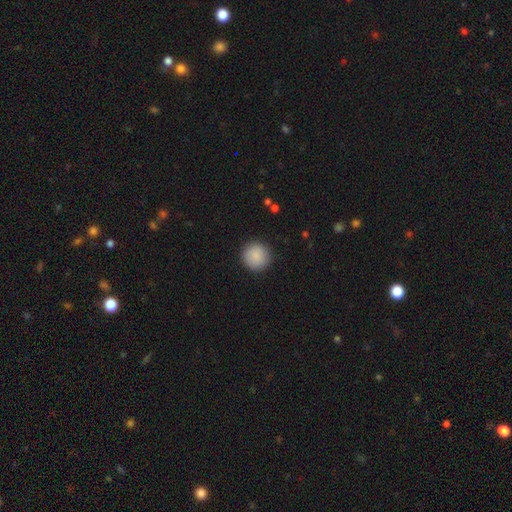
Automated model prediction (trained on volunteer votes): This appears to be a smooth galaxy with no disk features (89%) that is round (95%). Merging: none (92%).